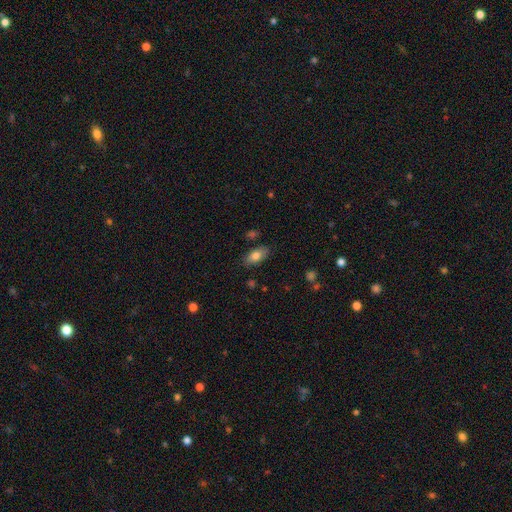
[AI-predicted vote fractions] A smooth galaxy with no disk features (80%) that is in between round and cigar-shaped (90%). Merging: none (83%).